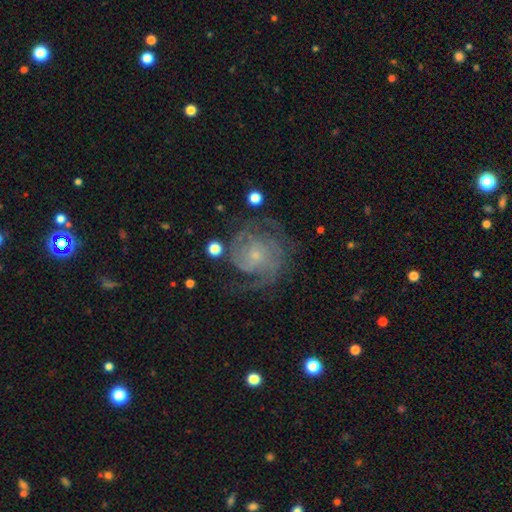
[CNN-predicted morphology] smooth_or_featured: featured or disk (p=0.83) [alt: smooth p=0.10]
disk_edge_on: no (p=0.98) [alt: yes p=0.02]
bar: no (p=0.74) [alt: weak p=0.22]
has_spiral_arms: yes (p=0.93) [alt: no p=0.07]
spiral_winding: tight (p=0.48) [alt: medium p=0.38]
spiral_arm_count: 2 (p=0.37) [alt: can't tell p=0.25]
bulge_size: small (p=0.78) [alt: moderate p=0.14]
merging: none (p=0.65) [alt: minor disturbance p=0.17]